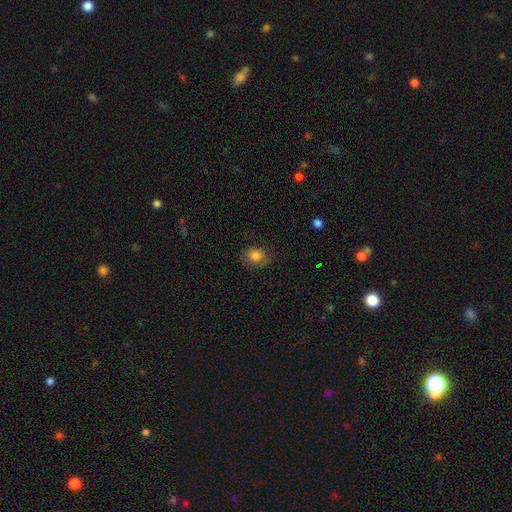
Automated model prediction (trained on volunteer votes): A smooth galaxy with no disk features (82%) that is round (63%).

Vote fractions:
- Smooth or featured? smooth: 82% / star or artifact: 11% / featured or disk: 7%
- How rounded? round: 63% / in between: 36% / cigar-shaped: 1%
- Merging? none: 82% / minor disturbance: 13% / major disturbance: 3% / merger: 1%